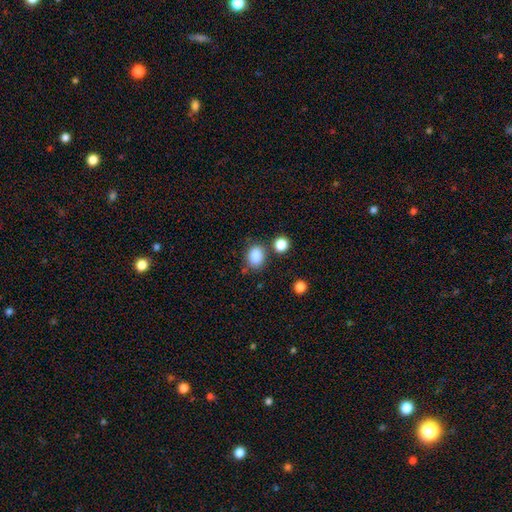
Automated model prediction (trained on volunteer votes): Morphology: type=smooth (86%); roundness=in between (52%); merging=none (72%).